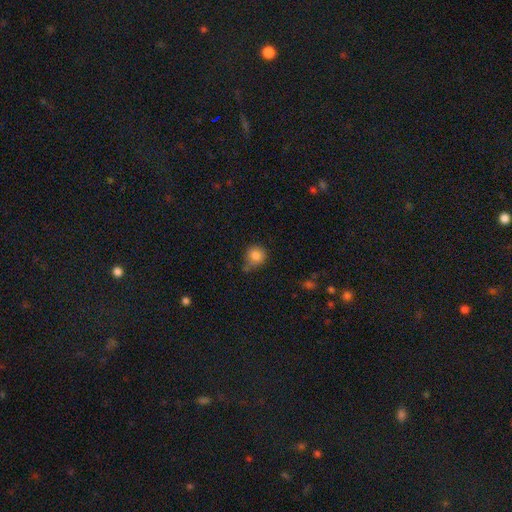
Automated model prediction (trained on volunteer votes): Overall: smooth (83%). How rounded: round (87%). Merging: none (69%).